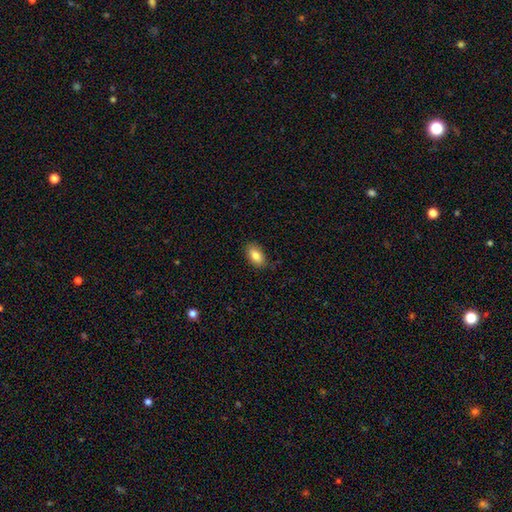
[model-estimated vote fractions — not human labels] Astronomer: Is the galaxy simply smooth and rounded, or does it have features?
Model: smooth — 84%.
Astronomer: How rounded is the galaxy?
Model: in between — 92%.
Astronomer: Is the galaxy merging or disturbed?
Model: none — 84%.